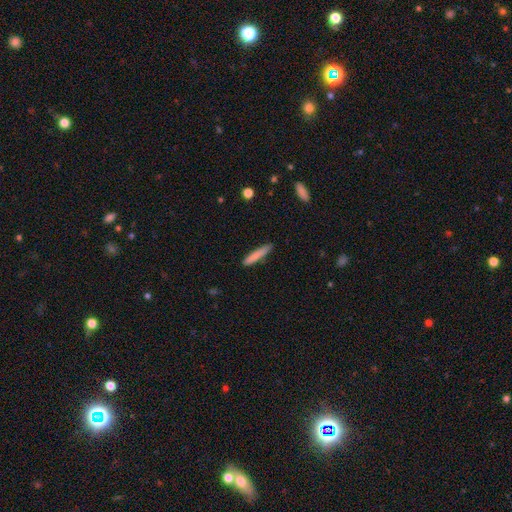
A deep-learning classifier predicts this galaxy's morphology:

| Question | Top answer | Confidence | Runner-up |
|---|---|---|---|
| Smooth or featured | smooth | 82% | featured or disk (12%) |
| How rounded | cigar-shaped | 92% | in between (7%) |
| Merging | none | 84% | minor disturbance (12%) |